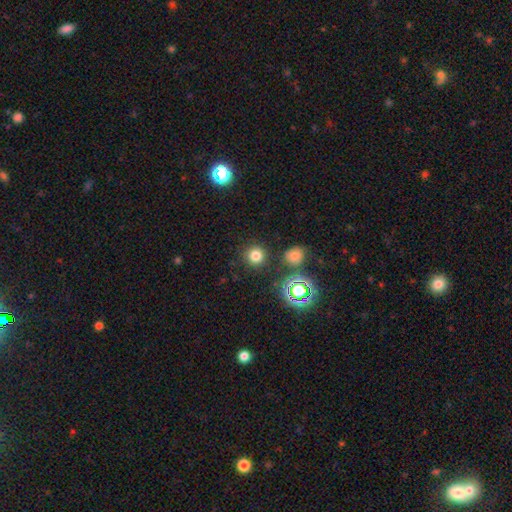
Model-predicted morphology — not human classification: This is likely a smooth galaxy (76%). How rounded: clearly round (93%). Merging: clearly none (86%).